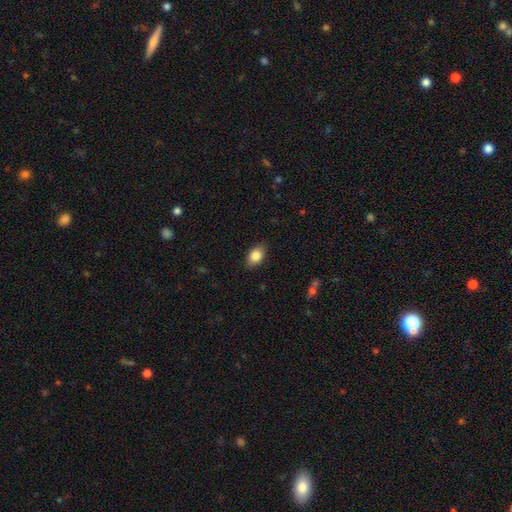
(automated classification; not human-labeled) The model was most divided on "how rounded": in between: 87%, round: 12%, cigar-shaped: 2%. More confident: merging — none (86%); smooth or featured — smooth (85%).